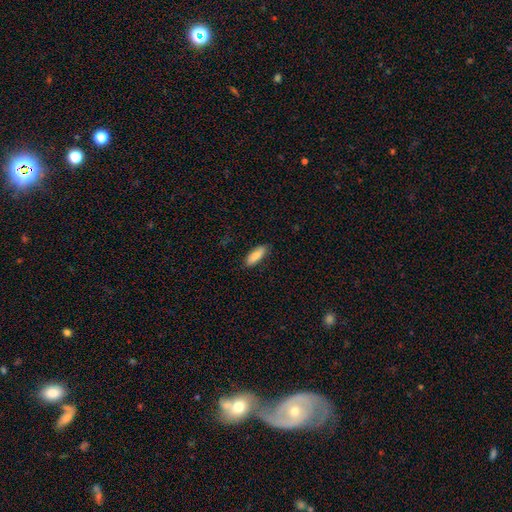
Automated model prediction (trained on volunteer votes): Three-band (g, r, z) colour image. It shows a smooth galaxy with no disk features (86%) that is in between round and cigar-shaped (59%). Merging: none (87%).